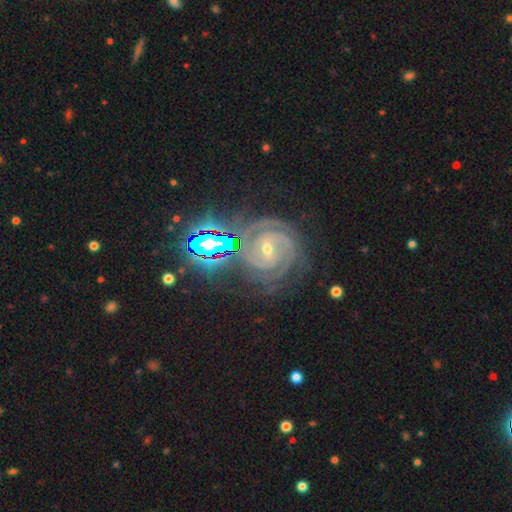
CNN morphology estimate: Smooth or featured? Predicted: featured or disk (p=0.63). Edge-on disk? Predicted: no (p=0.96). Bar? Predicted: no (p=0.48). Spiral arms? Predicted: yes (p=0.89). Spiral winding? Predicted: tight (p=0.62). Spiral arm count? Predicted: 2 (p=0.34). Bulge size? Predicted: small (p=0.66). Merging? Predicted: none (p=0.59).